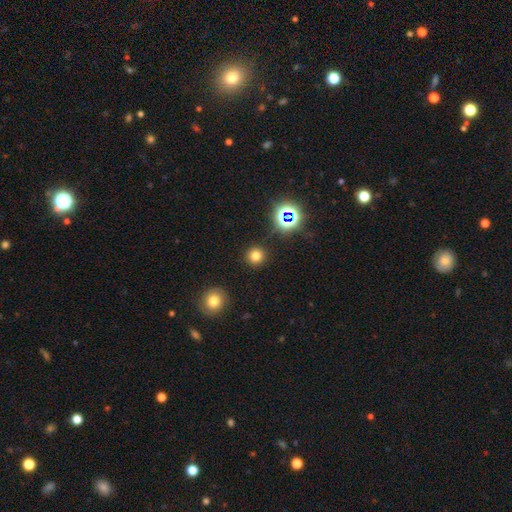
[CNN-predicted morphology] smooth_or_featured: smooth (p=0.73) [alt: star or artifact p=0.21]
how_rounded: round (p=0.94) [alt: in between p=0.05]
merging: none (p=0.90) [alt: minor disturbance p=0.06]